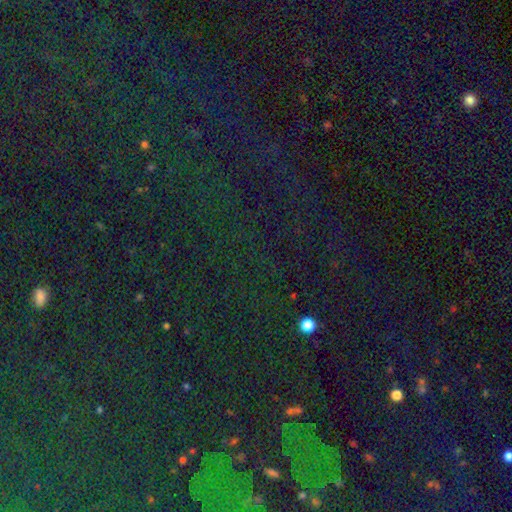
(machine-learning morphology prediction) Overall: star or artifact (82%).